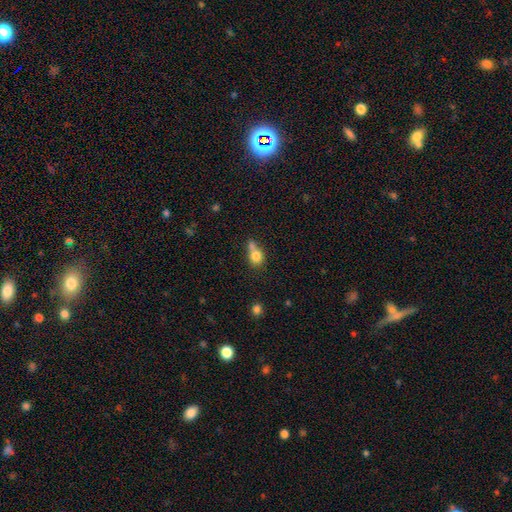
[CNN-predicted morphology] Smooth or featured?
  - smooth: 78% *
  - featured or disk: 11%
  - star or artifact: 10%
How rounded?
  - round: 66% *
  - in between: 33%
  - cigar-shaped: 2%
Merging?
  - merger: 45% *
  - none: 35%
  - minor disturbance: 14%
  - major disturbance: 7%